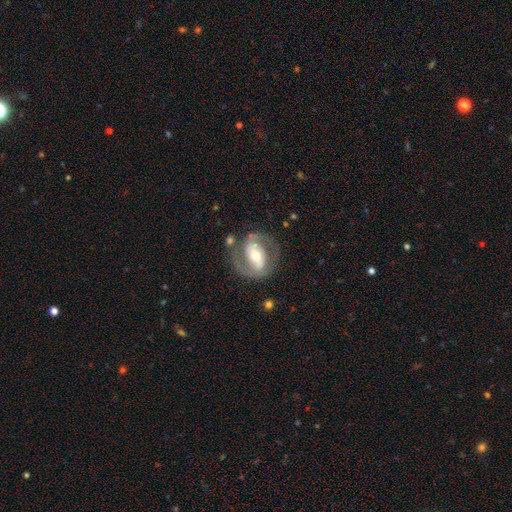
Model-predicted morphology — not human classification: A featured or disk galaxy (80%) with a strong bar (43%), 2 (83%) medium (49%) spiral arms (82%) and a moderate central bulge (63%).

Vote fractions:
- Smooth or featured? featured or disk: 80% / smooth: 15% / star or artifact: 5%
- Edge-on disk? no: 96% / yes: 4%
- Bar? strong: 43% / weak: 32% / no: 25%
- Spiral arms? yes: 82% / no: 18%
- Spiral winding? medium: 49% / tight: 34% / loose: 18%
- Spiral arm count? 2: 83% / can't tell: 7% / 1: 6% / 3: 1% / 4: 1% / more than 4: 1%
- Bulge size? moderate: 63% / small: 27% / large: 8% / dominant: 1% / none: 1%
- Merging? none: 73% / minor disturbance: 15% / major disturbance: 10% / merger: 3%